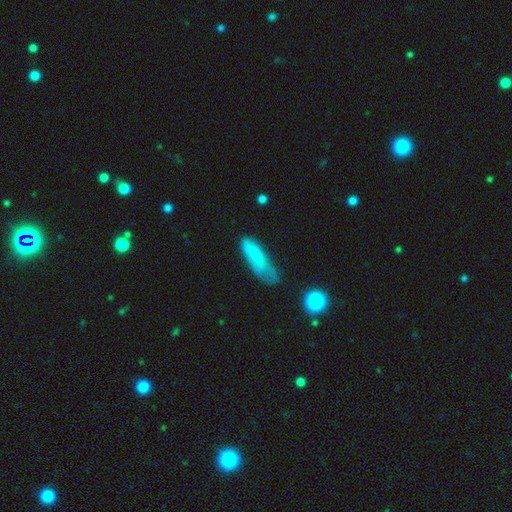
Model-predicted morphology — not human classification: The model was most divided on "how rounded": in between: 52%, cigar-shaped: 45%, round: 2%. Remaining: smooth or featured — smooth (69%); merging — none (46%).